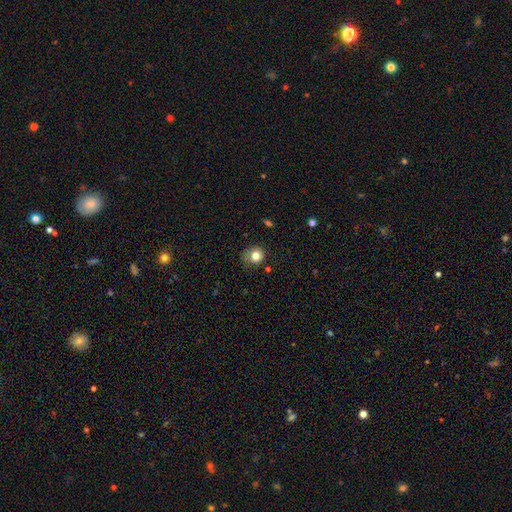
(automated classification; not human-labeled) smooth-or-featured: smooth: 79% | star or artifact: 11% | featured or disk: 10%
  how-rounded: round: 80% | in between: 19% | cigar-shaped: 1%
  merging: none: 64% | minor disturbance: 26% | major disturbance: 7% | merger: 2%